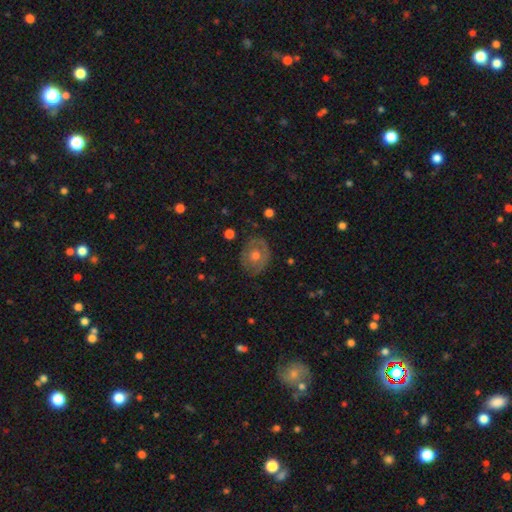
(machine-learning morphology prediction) A featured or disk galaxy (51%).

Vote fractions:
- Smooth or featured? featured or disk: 51% / smooth: 40% / star or artifact: 9%
- Edge-on disk? no: 95% / yes: 5%
- Merging? none: 77% / minor disturbance: 17% / major disturbance: 5% / merger: 1%